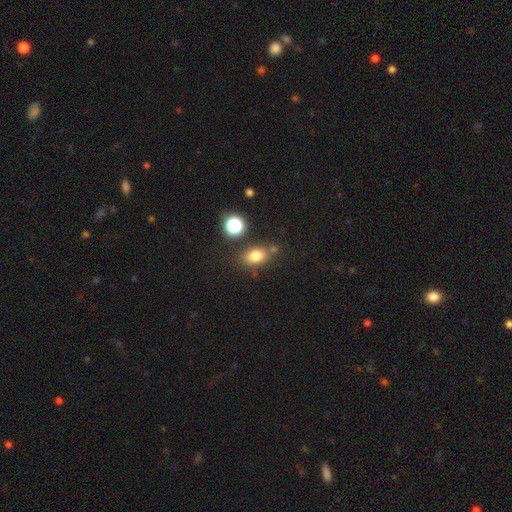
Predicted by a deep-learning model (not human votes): The model was most divided on "how rounded": in between: 74%, round: 23%, cigar-shaped: 3%. More confident: smooth or featured — smooth (77%); merging — none (71%).